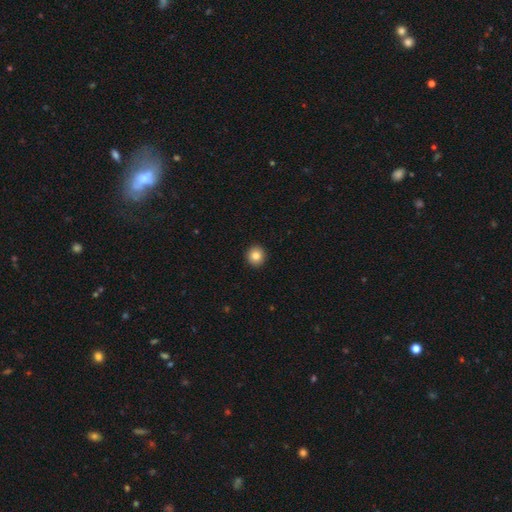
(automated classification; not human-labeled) Smooth or featured: smooth — 84% (star or artifact — 10%)
How rounded: round — 93% (in between — 6%)
Merging: none — 93% (minor disturbance — 5%)